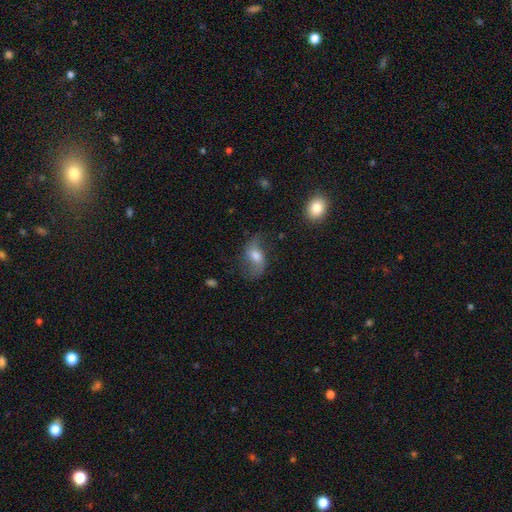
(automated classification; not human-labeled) Smooth or featured?
  - featured or disk: 53% *
  - smooth: 38%
  - star or artifact: 10%
Edge-on disk?
  - no: 92% *
  - yes: 8%
Merging?
  - none: 62% *
  - minor disturbance: 22%
  - major disturbance: 13%
  - merger: 2%